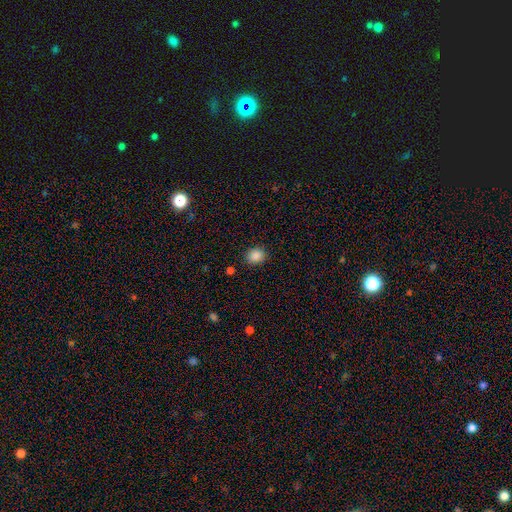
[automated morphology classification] smooth_or_featured: smooth (p=0.87) [alt: star or artifact p=0.10]
how_rounded: round (p=0.71) [alt: in between p=0.28]
merging: none (p=0.87) [alt: minor disturbance p=0.09]